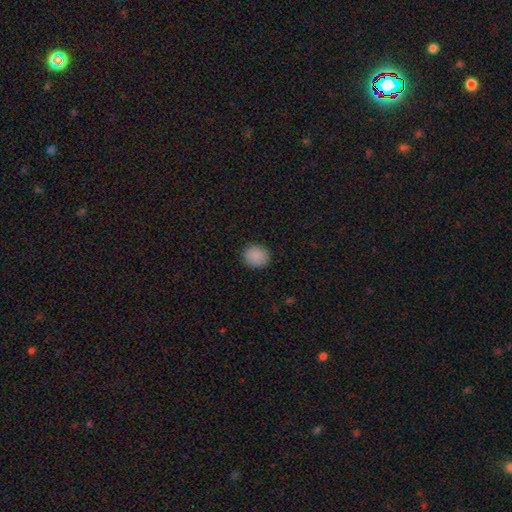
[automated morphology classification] Q: Smooth or featured?
A: smooth (89%); runner-up: star or artifact (8%)
Q: How rounded?
A: round (80%); runner-up: in between (19%)
Q: Merging?
A: none (90%); runner-up: minor disturbance (7%)